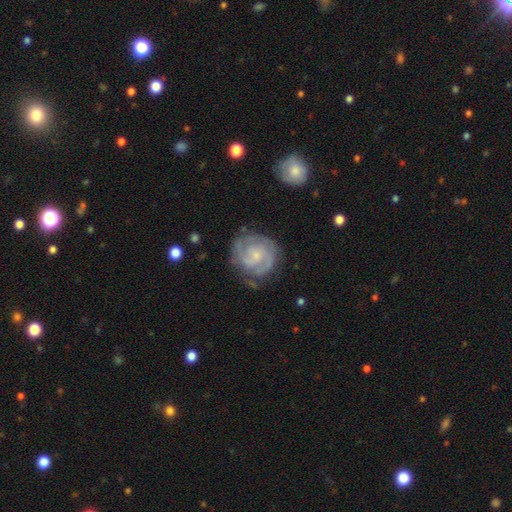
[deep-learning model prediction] Q: Smooth or featured?
A: featured or disk (83%); runner-up: smooth (11%)
Q: Edge-on disk?
A: no (98%); runner-up: yes (2%)
Q: Bar?
A: no (61%); runner-up: weak (34%)
Q: Spiral arms?
A: yes (96%); runner-up: no (4%)
Q: Spiral winding?
A: tight (58%); runner-up: medium (34%)
Q: Spiral arm count?
A: 2 (56%); runner-up: can't tell (17%)
Q: Bulge size?
A: small (72%); runner-up: moderate (18%)
Q: Merging?
A: none (73%); runner-up: minor disturbance (18%)